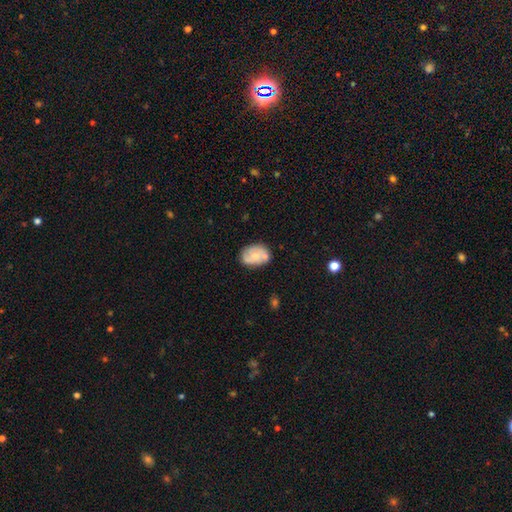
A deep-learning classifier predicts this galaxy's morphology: Overall: smooth (52%; featured or disk 41%). How rounded: in between (76%). Merging: none (57%; minor disturbance 23%).